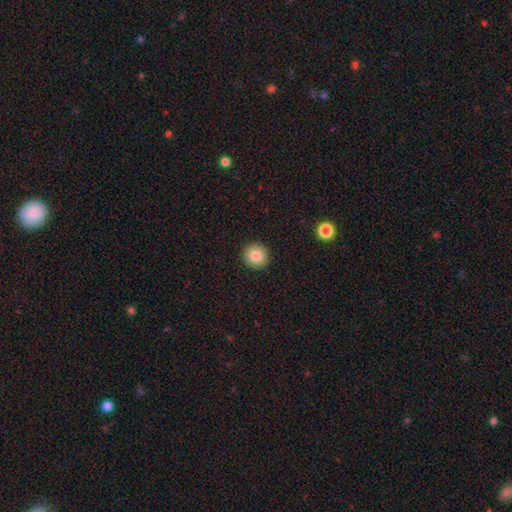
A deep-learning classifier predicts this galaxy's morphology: smooth 85%, star or artifact 9%, featured or disk 6%. Down the decision tree: how rounded — round (92%); merging — none (92%).